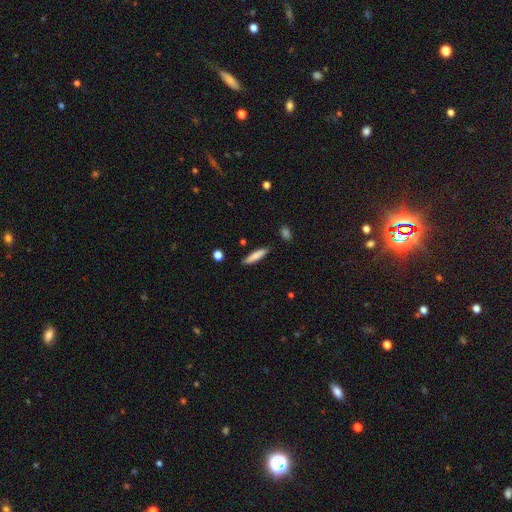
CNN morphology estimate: Q: Smooth or featured?
A: smooth (79%); runner-up: featured or disk (15%)
Q: How rounded?
A: cigar-shaped (82%); runner-up: in between (17%)
Q: Merging?
A: none (86%); runner-up: minor disturbance (10%)